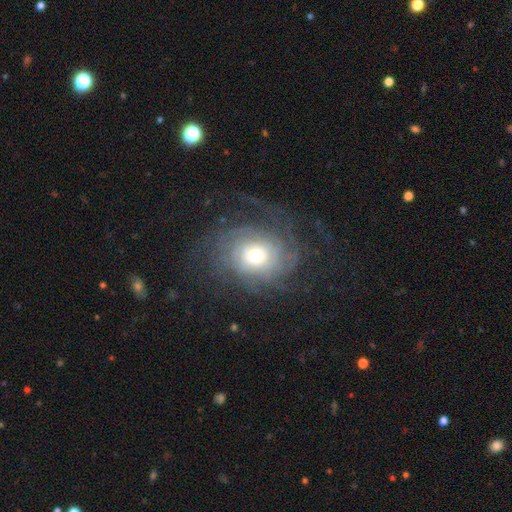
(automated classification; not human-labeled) featured or disk 81%, smooth 11%, star or artifact 8%. Down the decision tree: edge-on disk — no (97%); bar — no (79%); spiral arms — yes (94%); spiral arm count — can't tell (40%); spiral winding — tight (65%); bulge size — moderate (52%); merging — none (71%).